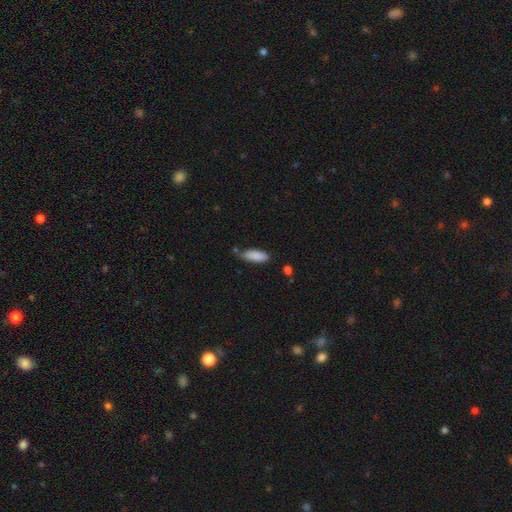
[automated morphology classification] Smooth or featured? Predicted: smooth (p=0.87). How rounded? Predicted: in between (p=0.67). Merging? Predicted: none (p=0.67).